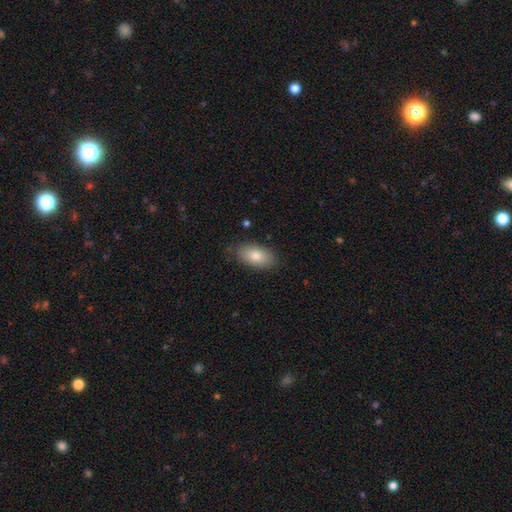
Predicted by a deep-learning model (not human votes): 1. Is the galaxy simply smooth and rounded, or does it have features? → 82% smooth, 11% featured or disk, 7% star or artifact.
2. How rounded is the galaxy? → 93% in between, 4% round, 3% cigar-shaped.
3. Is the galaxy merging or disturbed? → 85% none, 12% minor disturbance, 3% major disturbance, 1% merger.